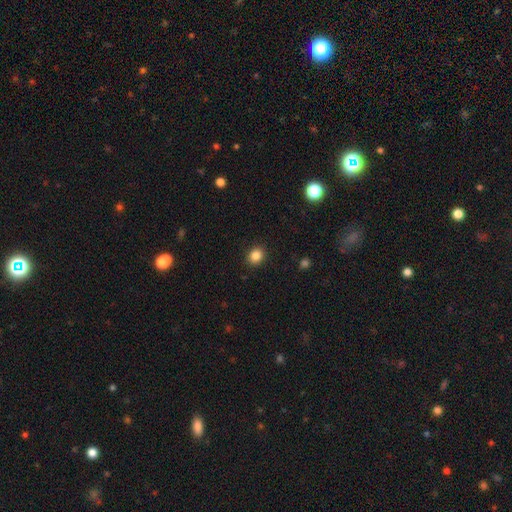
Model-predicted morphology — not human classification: This is clearly a smooth galaxy (85%). How rounded: likely round (68%). Merging: clearly none (91%).